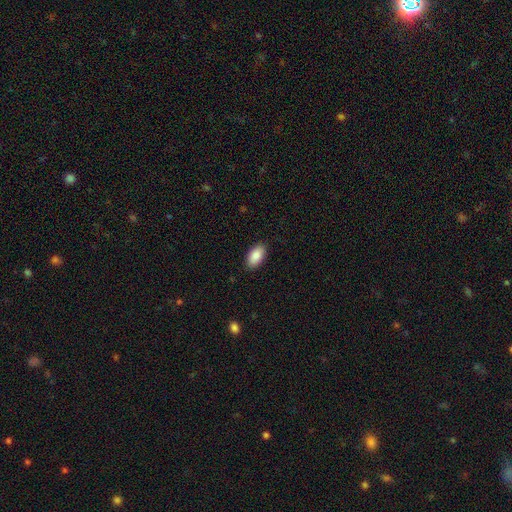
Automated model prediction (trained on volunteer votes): Smooth or featured: smooth — 88% (star or artifact — 6%)
How rounded: in between — 94% (round — 3%)
Merging: none — 89% (minor disturbance — 8%)